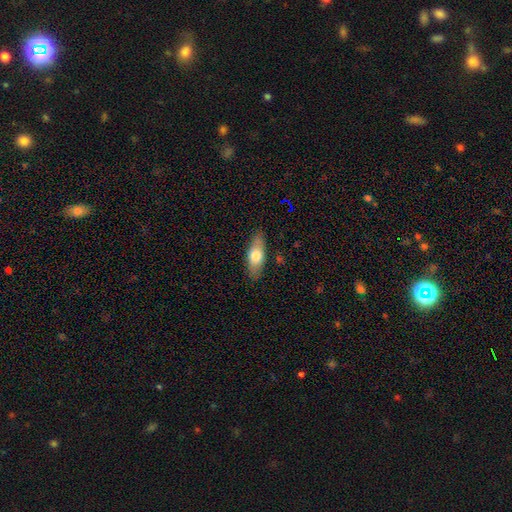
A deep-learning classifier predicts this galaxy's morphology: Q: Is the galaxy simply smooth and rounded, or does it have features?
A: smooth — 67%.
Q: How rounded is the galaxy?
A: in between — 70%.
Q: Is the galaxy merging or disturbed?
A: none — 85%.